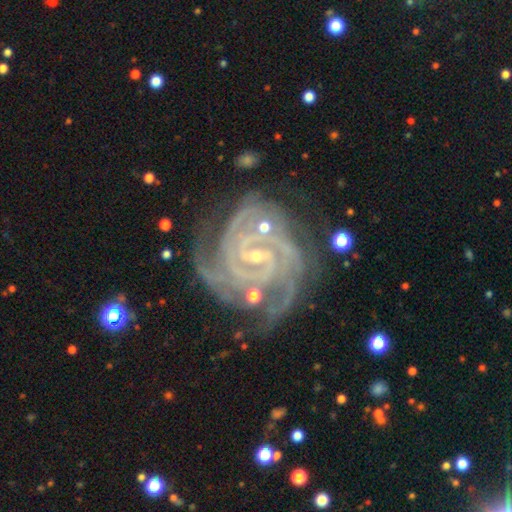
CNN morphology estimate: Smooth or featured?
  - featured or disk: 92% *
  - star or artifact: 5%
  - smooth: 3%
Edge-on disk?
  - no: 98% *
  - yes: 2%
Bar?
  - weak: 43% *
  - strong: 32%
  - no: 25%
Spiral arms?
  - yes: 99% *
  - no: 1%
Spiral winding?
  - tight: 80% *
  - medium: 18%
  - loose: 2%
Spiral arm count?
  - 3: 28% *
  - 4: 25%
  - 2: 22%
  - can't tell: 11%
  - more than 4: 7%
  - 1: 6%
Bulge size?
  - small: 79% *
  - moderate: 16%
  - none: 3%
  - large: 1%
  - dominant: 1%
Merging?
  - none: 63% *
  - minor disturbance: 21%
  - major disturbance: 9%
  - merger: 7%